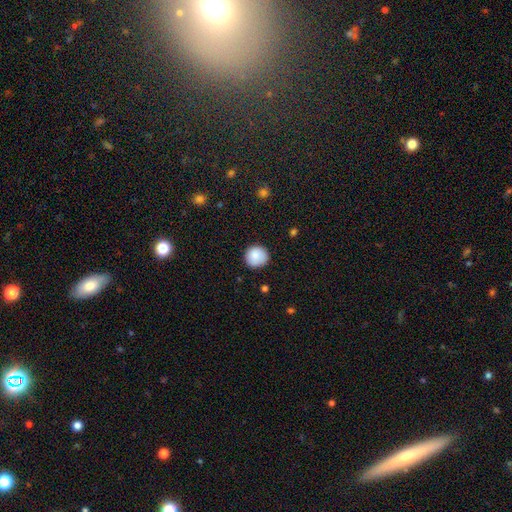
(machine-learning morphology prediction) This appears to be a smooth galaxy with no disk features (87%) that is round (93%). Merging: none (88%).